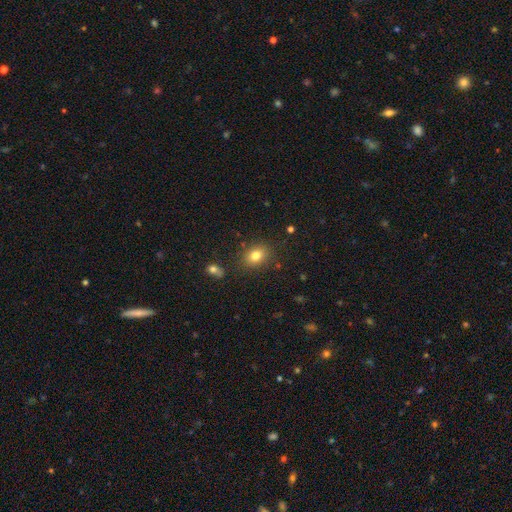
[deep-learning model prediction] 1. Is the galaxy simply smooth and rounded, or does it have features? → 80% smooth, 12% star or artifact, 9% featured or disk.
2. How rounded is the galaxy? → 60% in between, 39% round, 1% cigar-shaped.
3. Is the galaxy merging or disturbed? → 82% none, 11% minor disturbance, 3% major disturbance, 3% merger.